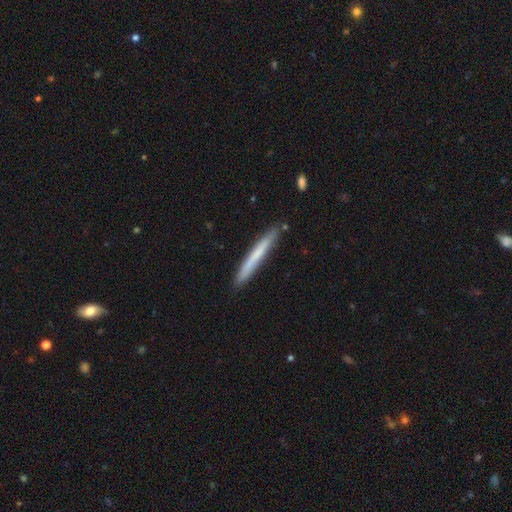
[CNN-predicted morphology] smooth 64%, featured or disk 30%, star or artifact 6%. Down the decision tree: how rounded — cigar-shaped (97%); merging — none (88%).